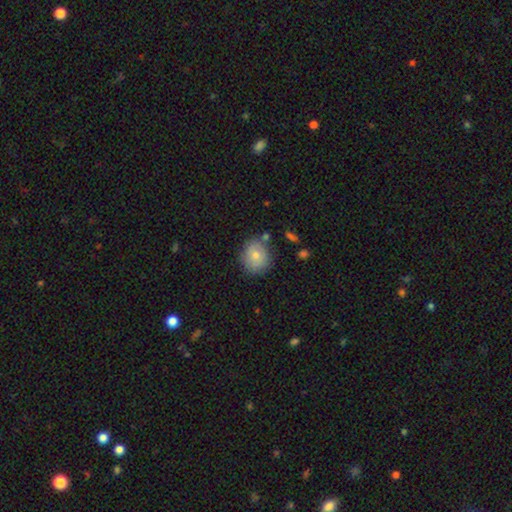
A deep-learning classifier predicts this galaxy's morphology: The model was most divided on "how rounded": round: 71%, in between: 28%, cigar-shaped: 1%. More confident: merging — none (75%); smooth or featured — smooth (73%).